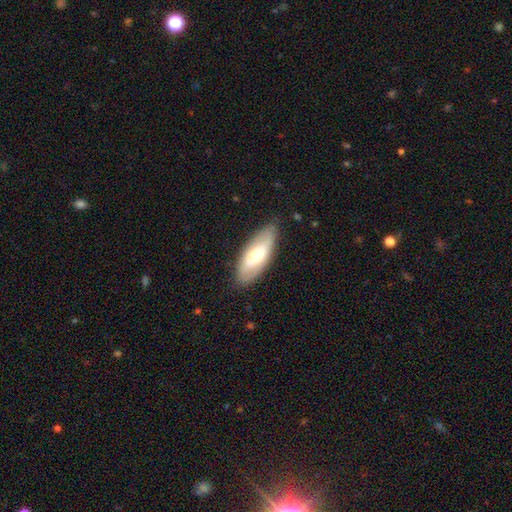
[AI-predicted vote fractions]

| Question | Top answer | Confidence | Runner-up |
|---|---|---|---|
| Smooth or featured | smooth | 54% | featured or disk (40%) |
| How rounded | in between | 80% | cigar-shaped (18%) |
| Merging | none | 82% | minor disturbance (14%) |